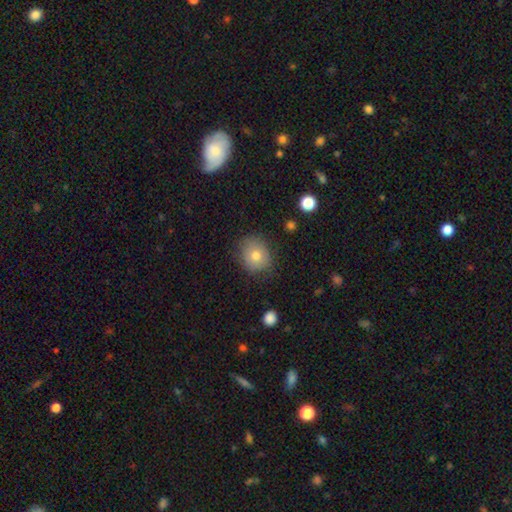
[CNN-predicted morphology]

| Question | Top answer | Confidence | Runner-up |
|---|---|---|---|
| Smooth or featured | smooth | 75% | featured or disk (15%) |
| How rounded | round | 68% | in between (31%) |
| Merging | none | 79% | minor disturbance (15%) |